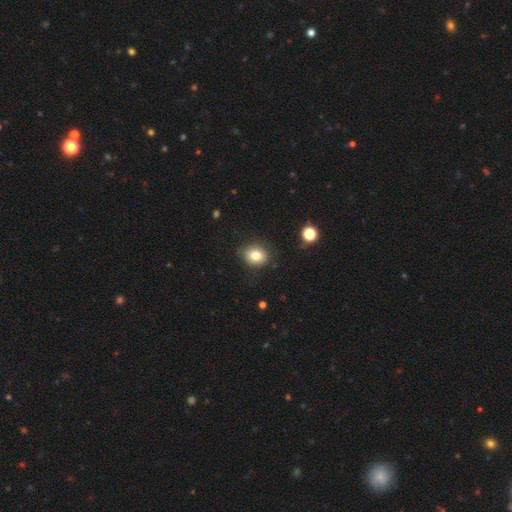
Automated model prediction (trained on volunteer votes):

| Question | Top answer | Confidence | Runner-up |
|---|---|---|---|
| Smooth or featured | smooth | 80% | star or artifact (11%) |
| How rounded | round | 68% | in between (31%) |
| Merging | none | 85% | minor disturbance (11%) |